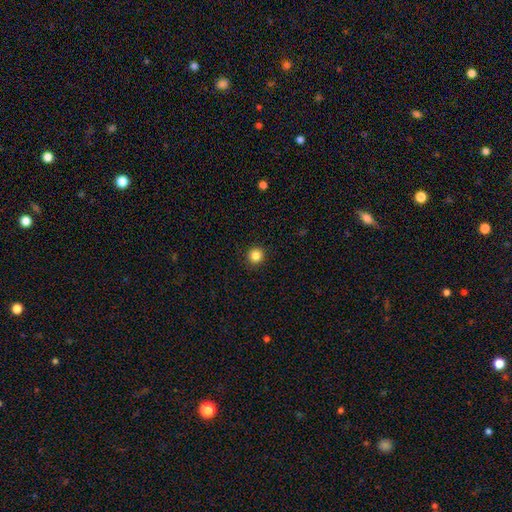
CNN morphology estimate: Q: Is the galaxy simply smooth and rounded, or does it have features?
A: smooth — 85%.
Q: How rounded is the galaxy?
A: round — 93%.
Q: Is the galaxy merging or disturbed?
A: none — 92%.